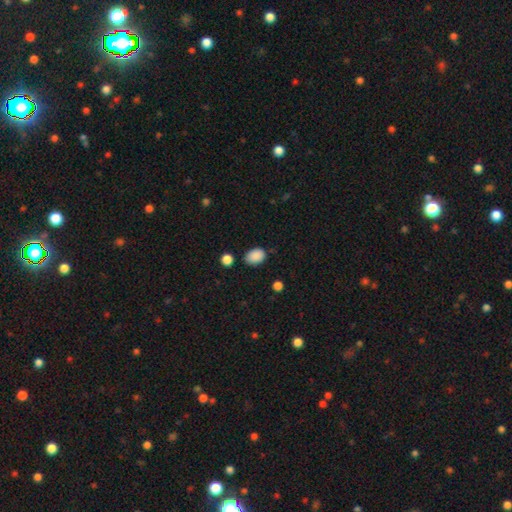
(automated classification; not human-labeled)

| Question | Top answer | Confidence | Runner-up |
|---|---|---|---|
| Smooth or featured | smooth | 89% | star or artifact (8%) |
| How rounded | in between | 81% | round (18%) |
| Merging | none | 77% | minor disturbance (16%) |